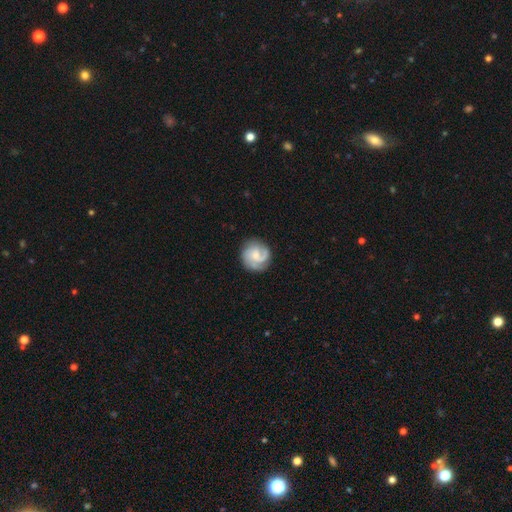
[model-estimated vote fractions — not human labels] smooth_or_featured: featured or disk (p=0.69) [alt: smooth p=0.25]
disk_edge_on: no (p=0.98) [alt: yes p=0.02]
bar: no (p=0.61) [alt: weak p=0.35]
has_spiral_arms: yes (p=0.93) [alt: no p=0.07]
spiral_winding: tight (p=0.44) [alt: medium p=0.39]
spiral_arm_count: 2 (p=0.41) [alt: 1 p=0.20]
bulge_size: small (p=0.51) [alt: moderate p=0.35]
merging: none (p=0.77) [alt: minor disturbance p=0.15]